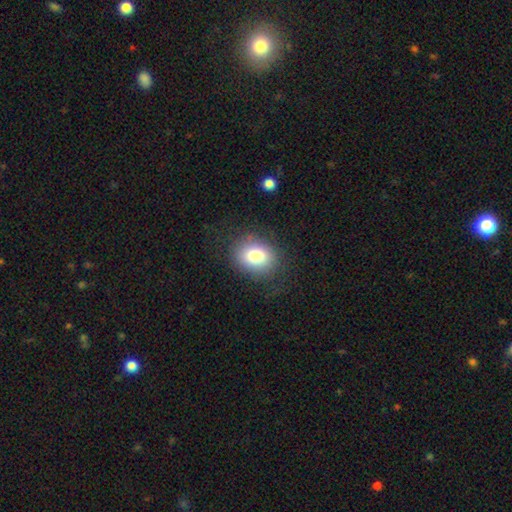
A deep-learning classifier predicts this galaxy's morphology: smooth_or_featured: smooth (p=0.80) [alt: featured or disk p=0.11]
how_rounded: in between (p=0.55) [alt: round p=0.44]
merging: none (p=0.79) [alt: minor disturbance p=0.13]